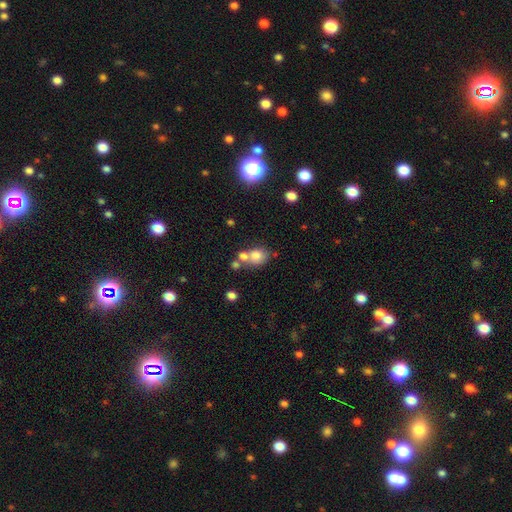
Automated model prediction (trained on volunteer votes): Smooth or featured?
  - smooth: 77% *
  - featured or disk: 12%
  - star or artifact: 12%
How rounded?
  - round: 65% *
  - in between: 34%
  - cigar-shaped: 1%
Merging?
  - none: 44% *
  - merger: 39%
  - minor disturbance: 12%
  - major disturbance: 6%